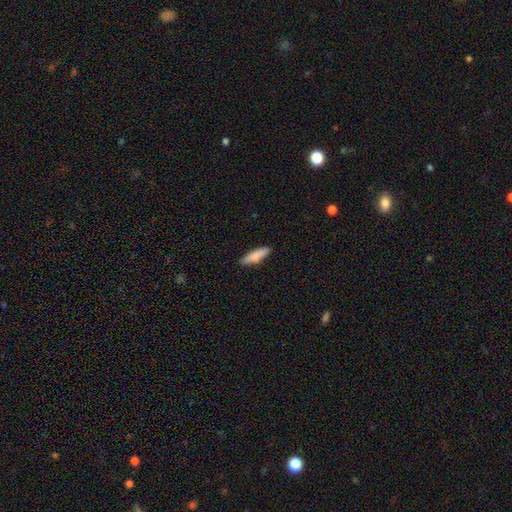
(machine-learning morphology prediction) A smooth galaxy with no disk features (82%) that is cigar-shaped (67%).

Vote fractions:
- Smooth or featured? smooth: 82% / featured or disk: 12% / star or artifact: 6%
- How rounded? cigar-shaped: 67% / in between: 31% / round: 2%
- Merging? none: 87% / minor disturbance: 10% / major disturbance: 2% / merger: 1%